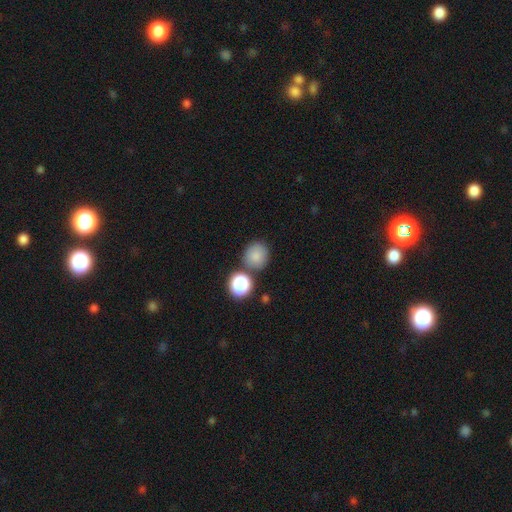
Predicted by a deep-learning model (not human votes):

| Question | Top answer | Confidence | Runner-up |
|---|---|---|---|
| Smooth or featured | smooth | 81% | star or artifact (12%) |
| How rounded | round | 87% | in between (12%) |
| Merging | none | 73% | merger (13%) |